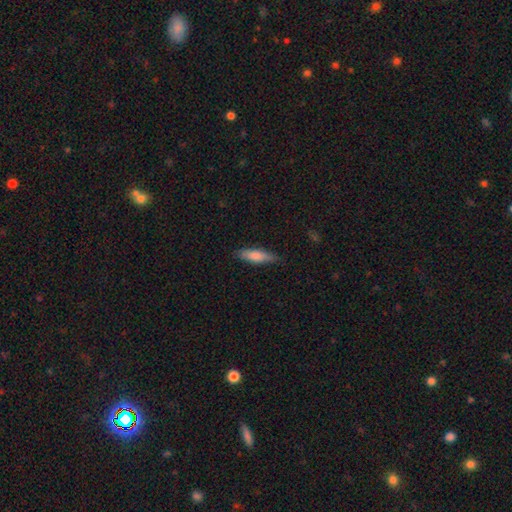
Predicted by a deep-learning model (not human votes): Smooth or featured? Predicted: smooth (p=0.75). How rounded? Predicted: cigar-shaped (p=0.65). Merging? Predicted: none (p=0.82).